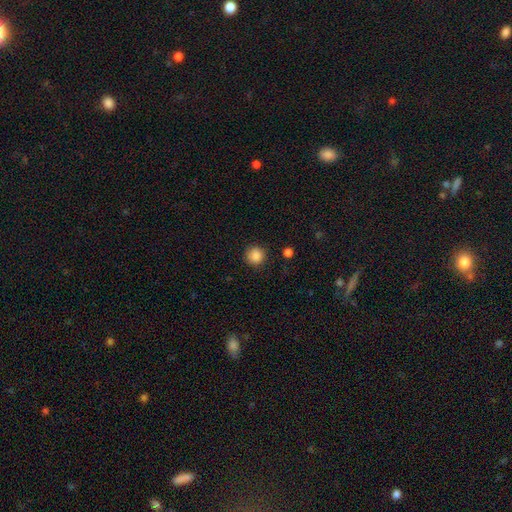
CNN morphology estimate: Overall: smooth (87%). How rounded: round (94%). Merging: none (88%).